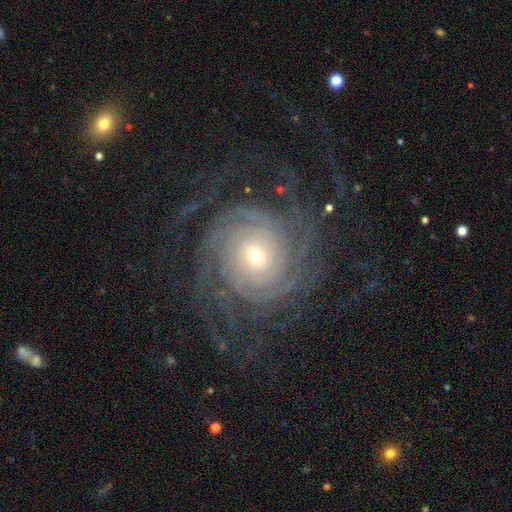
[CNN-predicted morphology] A featured or disk galaxy (89%) with no bar (72%), tight (73%) spiral arms (98%) and a small central bulge (67%).

Vote fractions:
- Smooth or featured? featured or disk: 89% / star or artifact: 6% / smooth: 4%
- Edge-on disk? no: 97% / yes: 3%
- Bar? no: 72% / weak: 19% / strong: 9%
- Spiral arms? yes: 98% / no: 2%
- Spiral winding? tight: 73% / medium: 21% / loose: 6%
- Spiral arm count? can't tell: 22% / 4: 18% / 2: 18% / more than 4: 17% / 3: 15% / 1: 9%
- Bulge size? small: 67% / moderate: 27% / large: 4% / dominant: 1% / none: 1%
- Merging? none: 73% / major disturbance: 14% / minor disturbance: 12% / merger: 1%